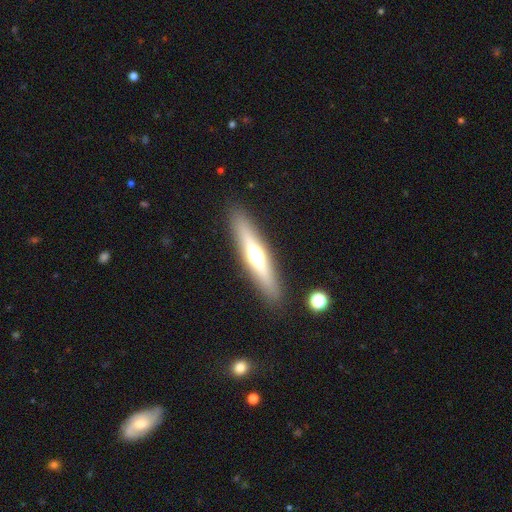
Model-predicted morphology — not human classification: Smooth or featured? Predicted: featured or disk (p=0.60). Edge-on disk? Predicted: yes (p=0.91). Edge-on bulge? Predicted: rounded (p=0.93). Merging? Predicted: none (p=0.89).